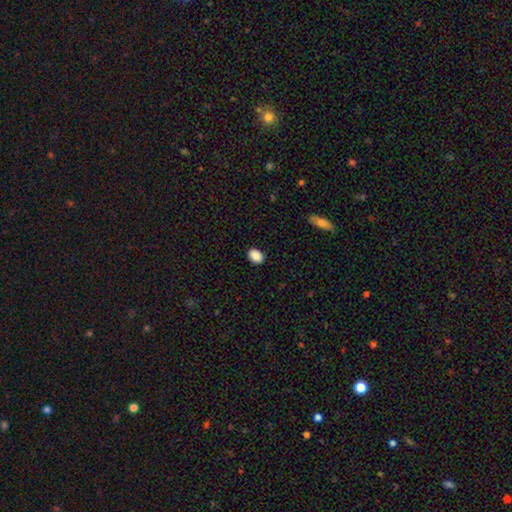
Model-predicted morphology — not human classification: Q: Smooth or featured?
A: smooth (90%); runner-up: star or artifact (8%)
Q: How rounded?
A: in between (69%); runner-up: round (30%)
Q: Merging?
A: none (89%); runner-up: minor disturbance (8%)